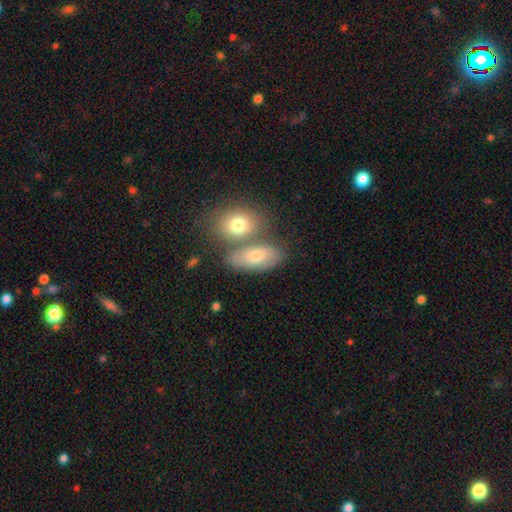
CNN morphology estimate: smooth 68%, featured or disk 24%, star or artifact 8%. Down the decision tree: how rounded — in between (84%); merging — none (49%).